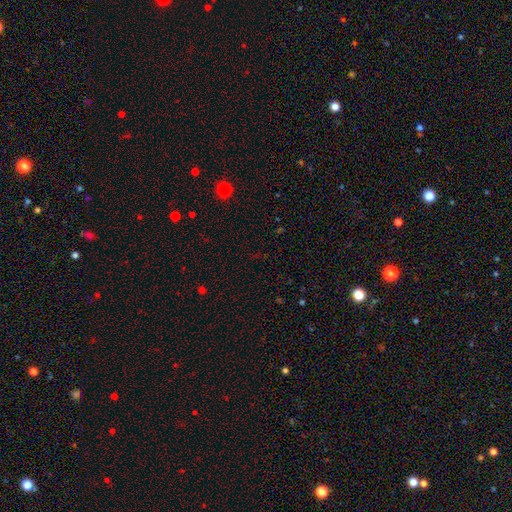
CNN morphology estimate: A star or artifact, not a galaxy (66%).

Vote fractions:
- Smooth or featured? star or artifact: 66% / smooth: 27% / featured or disk: 7%